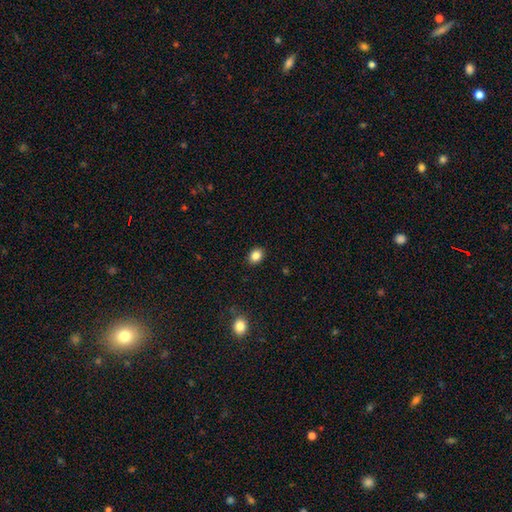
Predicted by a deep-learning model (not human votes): Smooth or featured? Predicted: smooth (p=0.86). How rounded? Predicted: in between (p=0.58). Merging? Predicted: none (p=0.90).